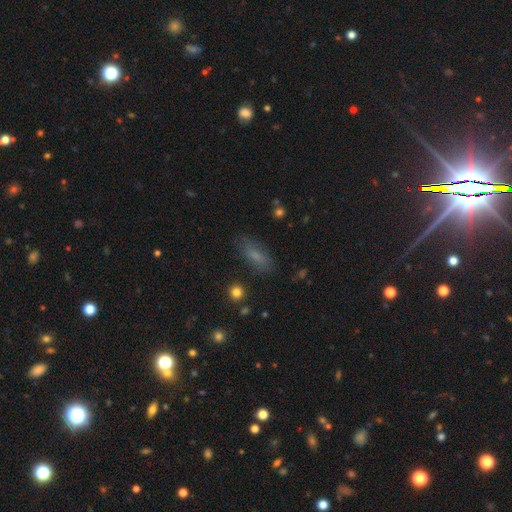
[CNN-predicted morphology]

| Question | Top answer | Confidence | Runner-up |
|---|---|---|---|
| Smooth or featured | smooth | 69% | featured or disk (18%) |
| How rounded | in between | 66% | cigar-shaped (30%) |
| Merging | none | 75% | minor disturbance (17%) |